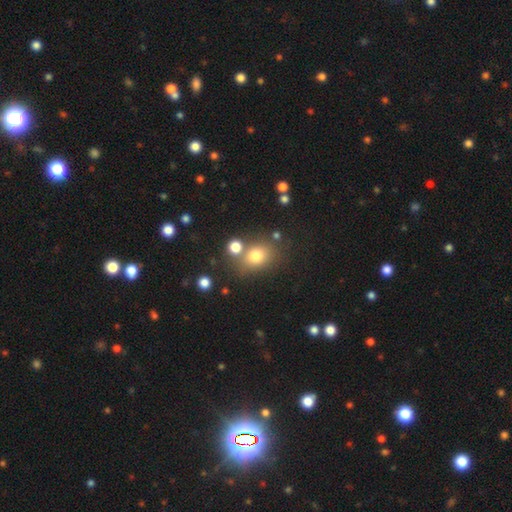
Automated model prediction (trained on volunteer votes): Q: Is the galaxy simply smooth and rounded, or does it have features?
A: smooth — 76%.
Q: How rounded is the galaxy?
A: round — 50%.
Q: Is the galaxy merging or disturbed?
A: none — 64%.